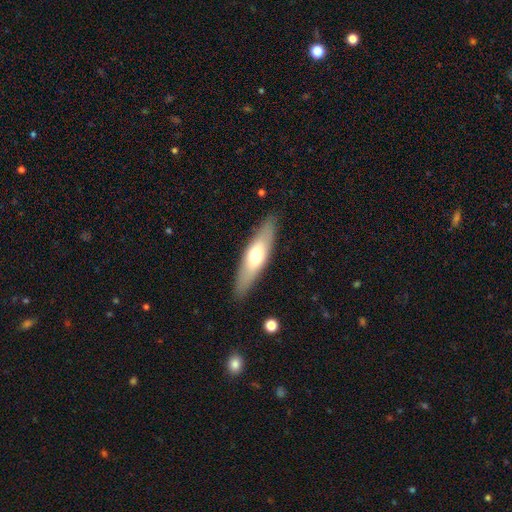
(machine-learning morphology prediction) Q: Smooth or featured?
A: smooth (55%); runner-up: featured or disk (39%)
Q: How rounded?
A: cigar-shaped (62%); runner-up: in between (37%)
Q: Merging?
A: none (87%); runner-up: minor disturbance (9%)